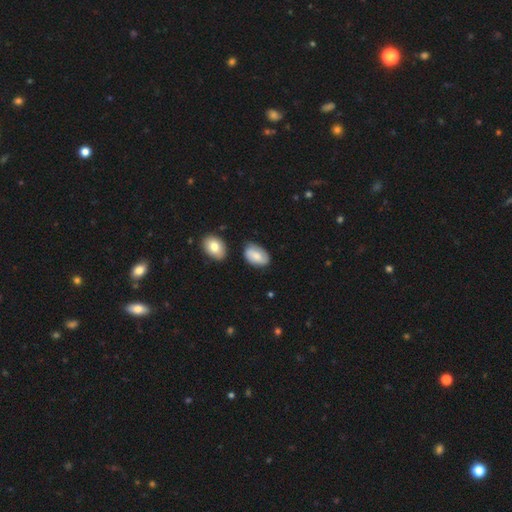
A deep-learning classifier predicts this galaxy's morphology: Smooth or featured? Predicted: smooth (p=0.70). How rounded? Predicted: in between (p=0.91). Merging? Predicted: none (p=0.70).